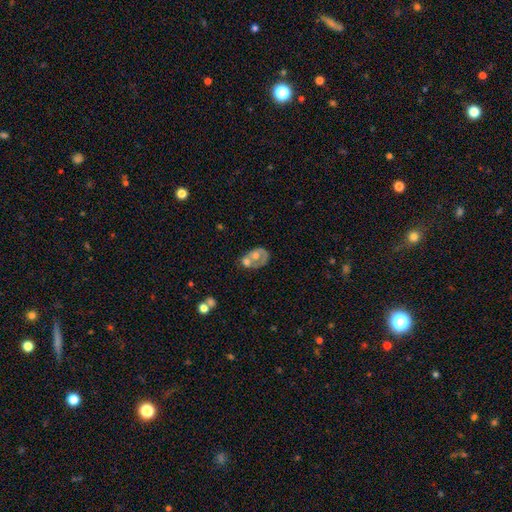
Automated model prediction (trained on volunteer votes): Q: Smooth or featured?
A: featured or disk (54%); runner-up: smooth (39%)
Q: Edge-on disk?
A: no (97%); runner-up: yes (3%)
Q: Bar?
A: no (88%); runner-up: weak (10%)
Q: Spiral arms?
A: no (70%); runner-up: yes (30%)
Q: Bulge size?
A: moderate (62%); runner-up: small (18%)
Q: Merging?
A: merger (56%); runner-up: none (20%)